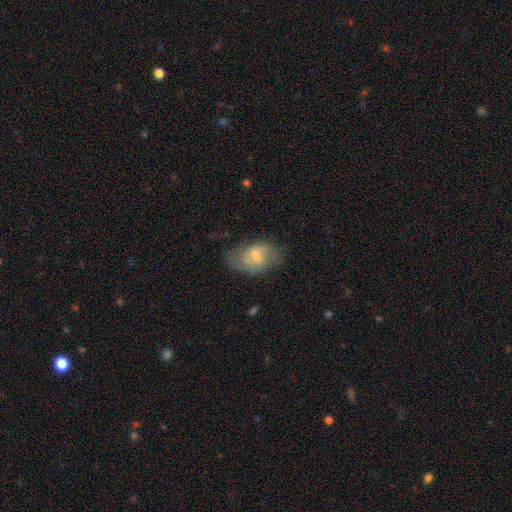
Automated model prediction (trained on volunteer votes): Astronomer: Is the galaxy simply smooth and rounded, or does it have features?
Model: featured or disk — 59%.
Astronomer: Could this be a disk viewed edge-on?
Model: no — 95%.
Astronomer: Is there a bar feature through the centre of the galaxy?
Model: weak — 57%.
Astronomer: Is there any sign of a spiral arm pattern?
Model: yes — 79%.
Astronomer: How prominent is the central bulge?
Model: moderate — 45% (runner-up: small, 43%).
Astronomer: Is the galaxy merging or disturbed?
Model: none — 56%.